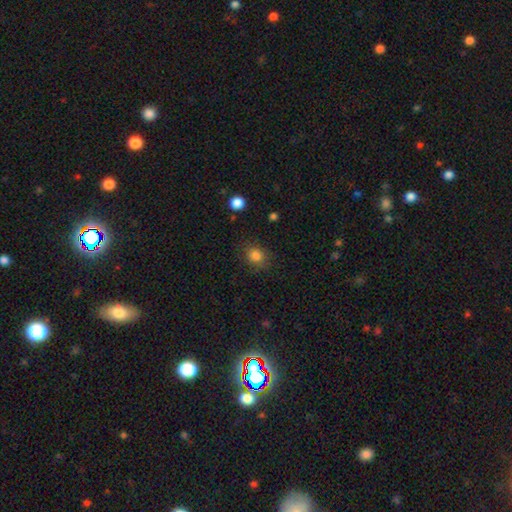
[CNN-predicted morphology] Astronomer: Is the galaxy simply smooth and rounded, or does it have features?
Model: smooth — 83%.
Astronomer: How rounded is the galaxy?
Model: round — 67%.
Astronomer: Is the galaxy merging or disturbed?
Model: none — 82%.